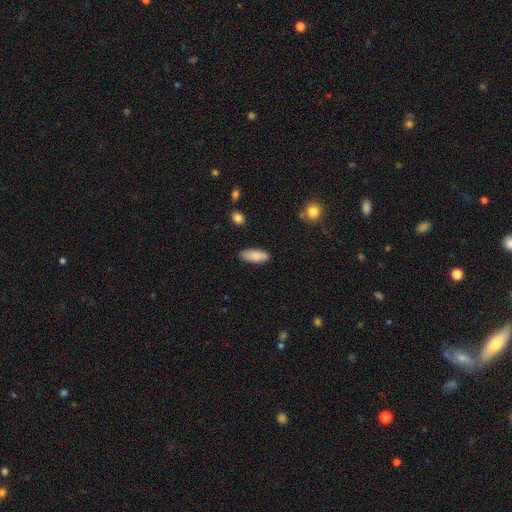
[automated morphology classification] A smooth galaxy with no disk features (86%) that is in between round and cigar-shaped (79%).

Vote fractions:
- Smooth or featured? smooth: 86% / featured or disk: 8% / star or artifact: 6%
- How rounded? in between: 79% / cigar-shaped: 19% / round: 2%
- Merging? none: 84% / minor disturbance: 12% / major disturbance: 2% / merger: 2%